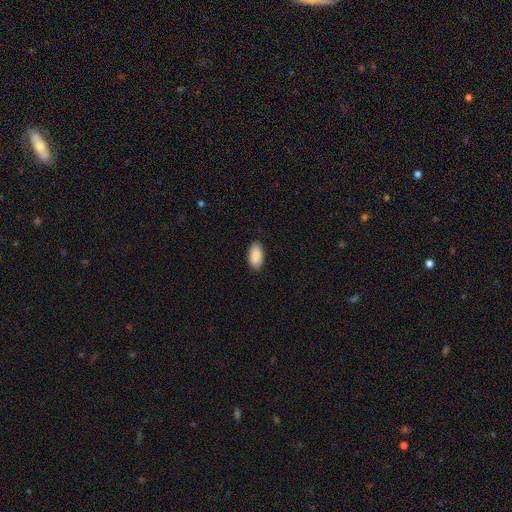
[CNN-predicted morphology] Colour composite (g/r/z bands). It shows a smooth galaxy with no disk features (89%) that is in between round and cigar-shaped (95%). Merging: none (87%).